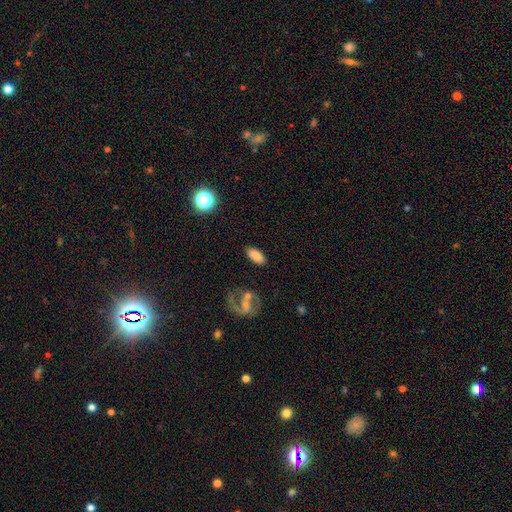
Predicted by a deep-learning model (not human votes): The model was most divided on "smooth or featured": smooth: 81%, featured or disk: 11%, star or artifact: 8%. More confident: how rounded — in between (90%); merging — none (82%).